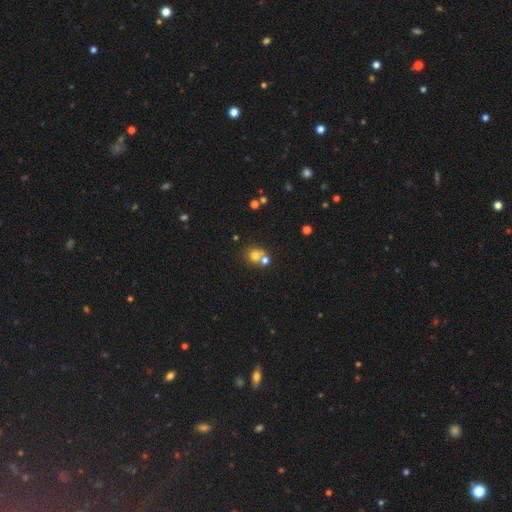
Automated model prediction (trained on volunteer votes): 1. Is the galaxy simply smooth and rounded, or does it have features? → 70% smooth, 17% star or artifact, 14% featured or disk.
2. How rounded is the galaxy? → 82% round, 18% in between, 1% cigar-shaped.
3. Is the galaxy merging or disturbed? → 51% none, 38% merger, 8% minor disturbance, 4% major disturbance.